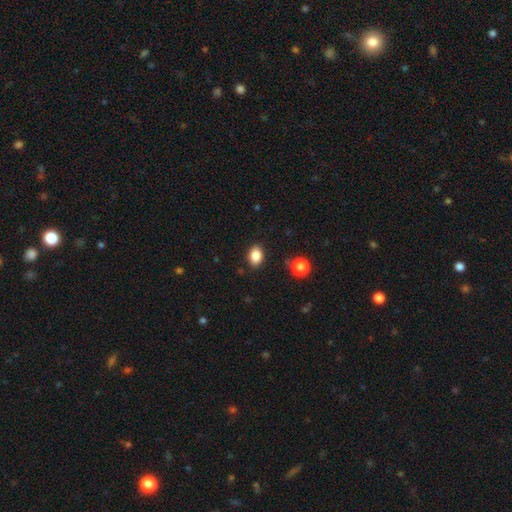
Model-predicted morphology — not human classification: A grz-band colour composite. It shows a smooth galaxy with no disk features (86%) that is in between round and cigar-shaped (78%). Merging: none (85%).